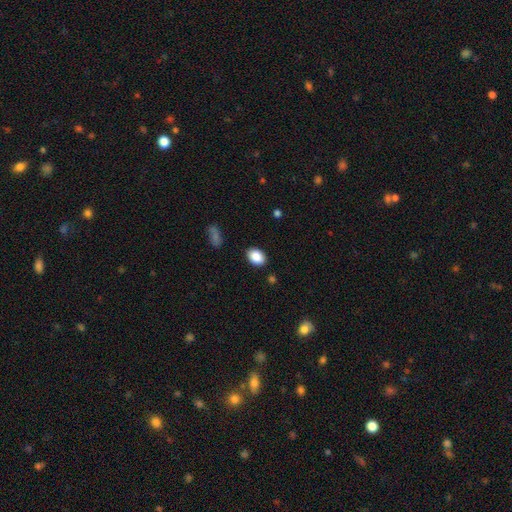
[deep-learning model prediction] smooth-or-featured: smooth: 88% | star or artifact: 8% | featured or disk: 4%
  how-rounded: in between: 81% | round: 18% | cigar-shaped: 1%
  merging: none: 87% | minor disturbance: 9% | major disturbance: 2% | merger: 2%